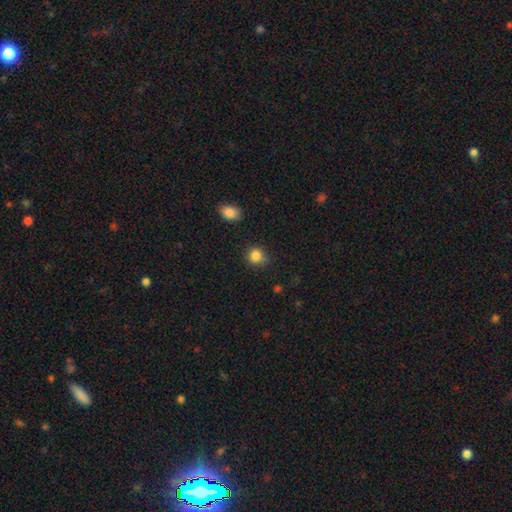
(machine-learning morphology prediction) smooth_or_featured: smooth (p=0.85) [alt: star or artifact p=0.11]
how_rounded: round (p=0.85) [alt: in between p=0.14]
merging: none (p=0.80) [alt: minor disturbance p=0.14]